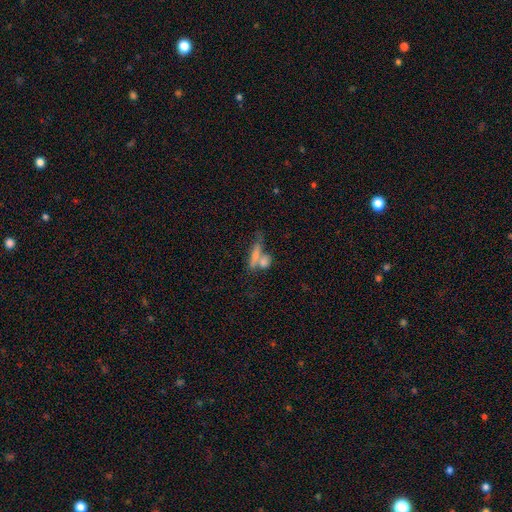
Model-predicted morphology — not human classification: This appears to be a smooth galaxy with no disk features (51%) that is cigar-shaped (59%). Merging: merger (43%).